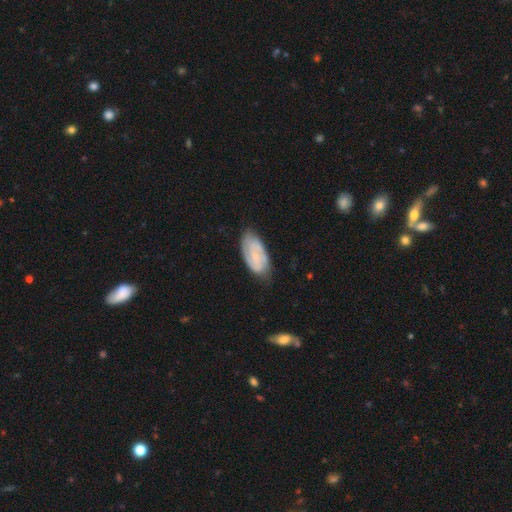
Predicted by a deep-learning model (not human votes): Morphology: type=featured or disk (63%); edge-on=no (94%); bar=no (49%); spiral arms=yes (87%); winding=tight (50%); arm count=2 (61%); bulge=small (62%); merging=none (72%).